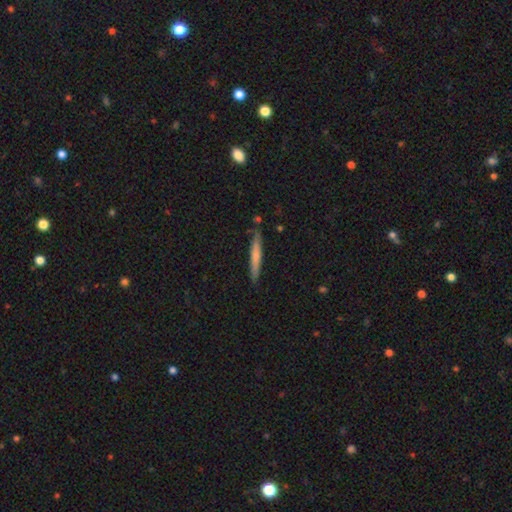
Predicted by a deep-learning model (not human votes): smooth_or_featured: smooth (p=0.59) [alt: featured or disk p=0.35]
how_rounded: cigar-shaped (p=0.95) [alt: in between p=0.04]
merging: none (p=0.82) [alt: minor disturbance p=0.13]